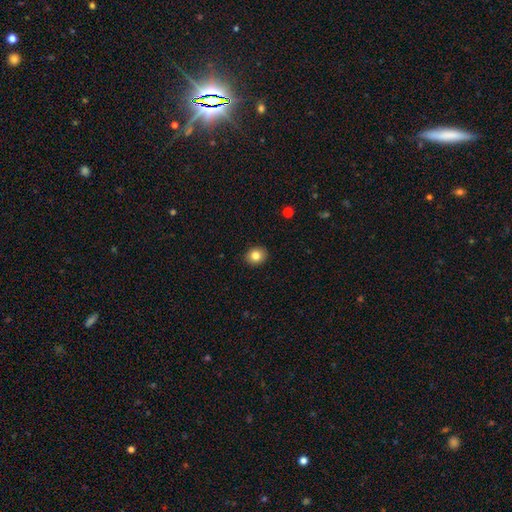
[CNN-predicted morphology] The model was most divided on "how rounded": round: 70%, in between: 30%, cigar-shaped: 1%. More confident: merging — none (91%); smooth or featured — smooth (83%).